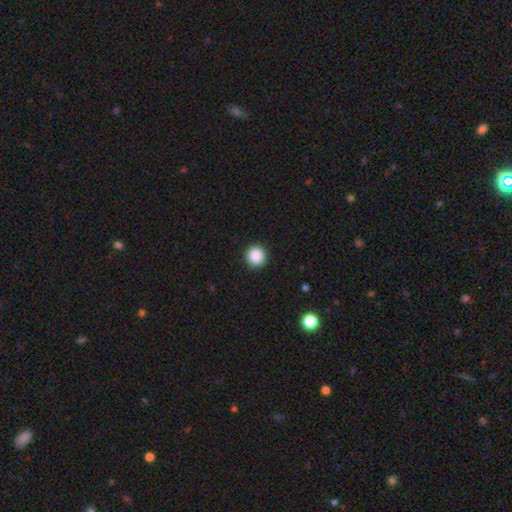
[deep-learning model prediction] The model was most divided on "smooth or featured": smooth: 88%, star or artifact: 9%, featured or disk: 2%. More confident: how rounded — round (95%); merging — none (93%).